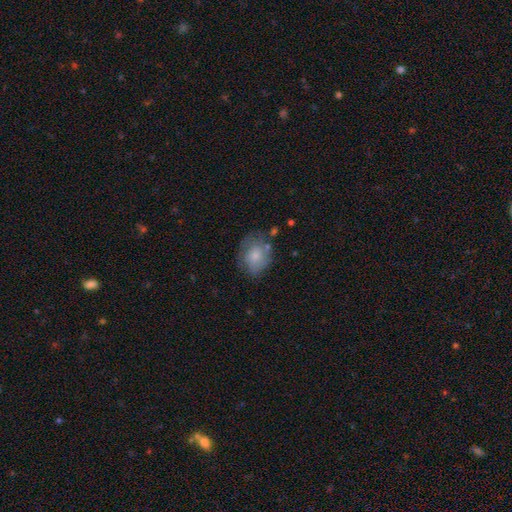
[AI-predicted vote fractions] This appears to be a smooth galaxy with no disk features (76%) that is in between round and cigar-shaped (56%). Merging: none (58%).